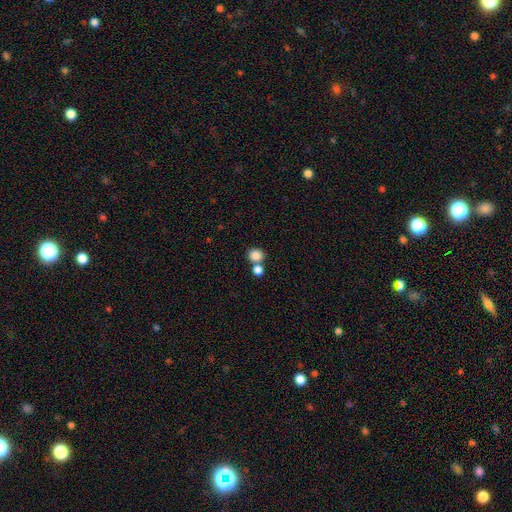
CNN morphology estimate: Smooth or featured? Predicted: smooth (p=0.85). How rounded? Predicted: round (p=0.84). Merging? Predicted: none (p=0.56).